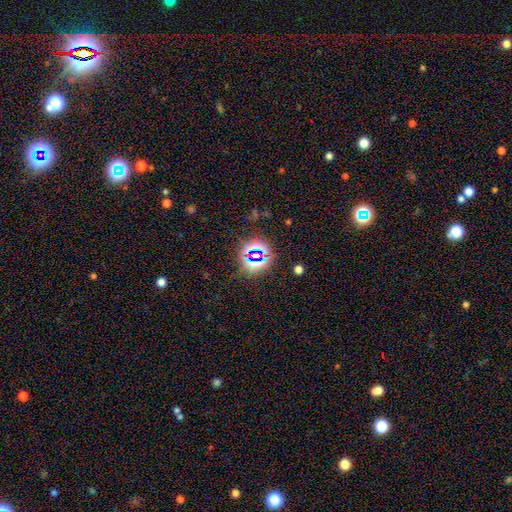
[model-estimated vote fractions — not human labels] Q: Smooth or featured?
A: star or artifact (72%); runner-up: smooth (19%)